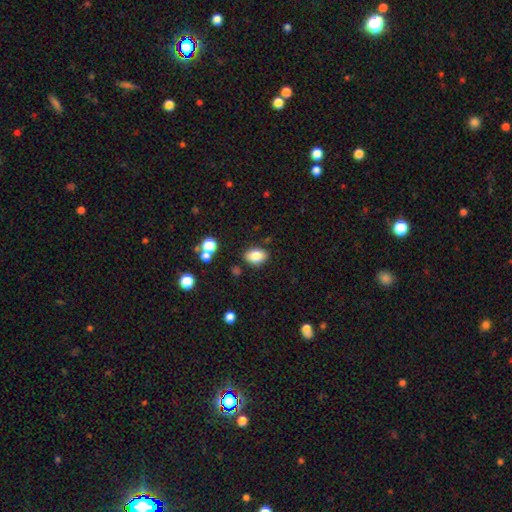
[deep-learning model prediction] smooth-or-featured: smooth: 82% | star or artifact: 9% | featured or disk: 8%
  how-rounded: in between: 82% | round: 17% | cigar-shaped: 1%
  merging: none: 84% | minor disturbance: 10% | merger: 3% | major disturbance: 3%